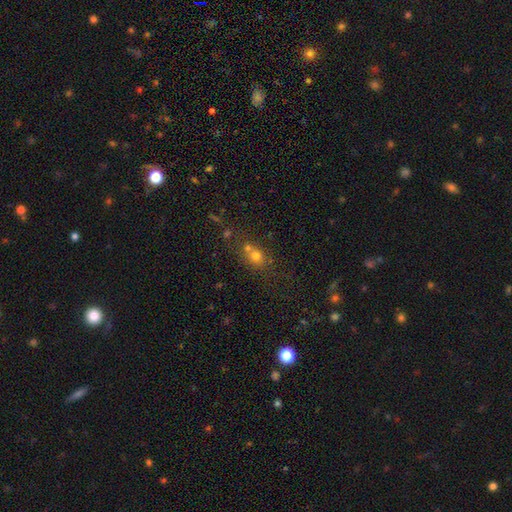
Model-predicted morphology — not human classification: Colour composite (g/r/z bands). It shows a smooth galaxy with no disk features (65%) that is round (68%). Merging: none (53%).